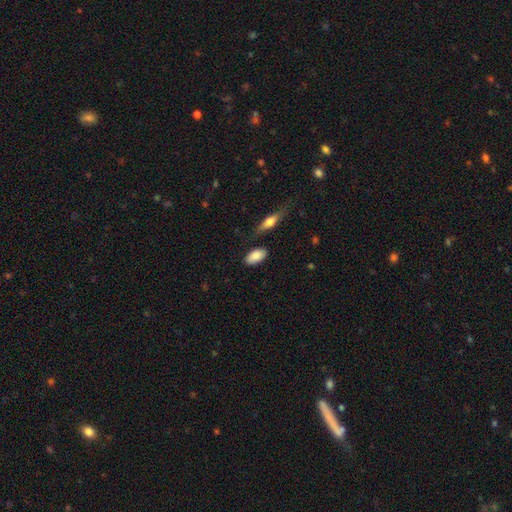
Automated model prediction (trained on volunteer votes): This appears to be a smooth galaxy with no disk features (85%) that is in between round and cigar-shaped (92%). Merging: none (78%).